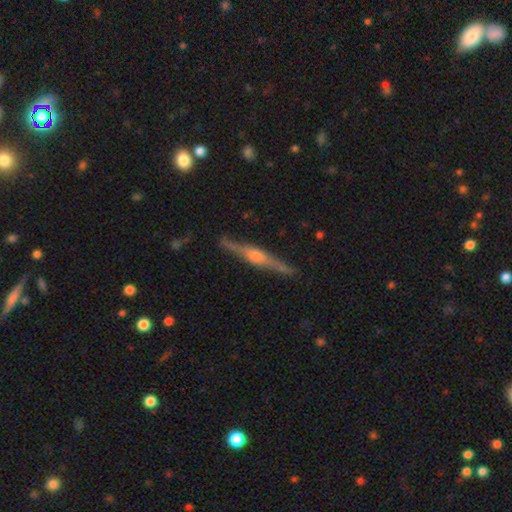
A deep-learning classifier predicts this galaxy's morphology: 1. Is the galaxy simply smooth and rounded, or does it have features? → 81% featured or disk, 13% smooth, 5% star or artifact.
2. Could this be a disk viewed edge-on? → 98% yes, 2% no.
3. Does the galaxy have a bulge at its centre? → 77% rounded, 18% boxy, 6% none.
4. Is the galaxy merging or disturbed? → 87% none, 10% minor disturbance, 2% major disturbance, 1% merger.